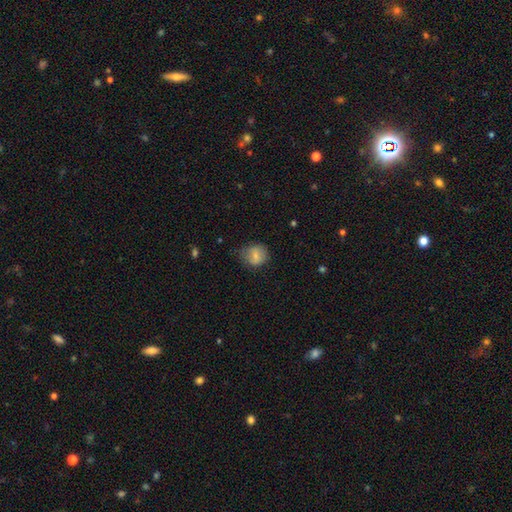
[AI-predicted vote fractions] A smooth galaxy with no disk features (71%) that is round (66%).

Vote fractions:
- Smooth or featured? smooth: 71% / featured or disk: 20% / star or artifact: 9%
- How rounded? round: 66% / in between: 32% / cigar-shaped: 1%
- Merging? none: 60% / minor disturbance: 28% / major disturbance: 11% / merger: 2%